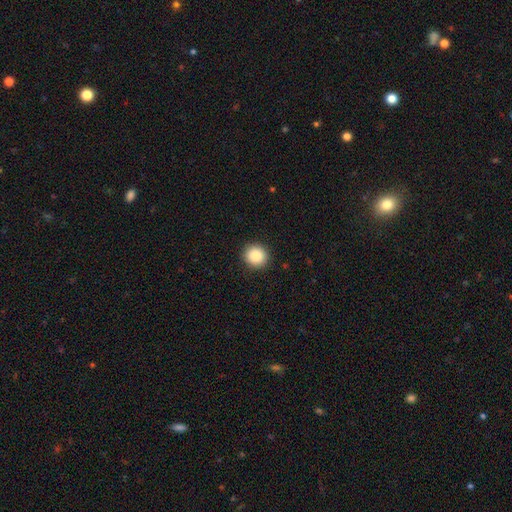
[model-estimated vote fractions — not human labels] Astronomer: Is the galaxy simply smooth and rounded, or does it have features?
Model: smooth — 88%.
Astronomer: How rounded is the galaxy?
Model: round — 91%.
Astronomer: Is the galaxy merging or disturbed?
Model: none — 92%.